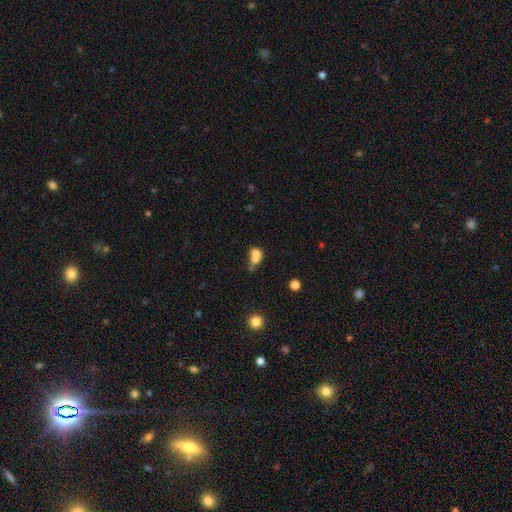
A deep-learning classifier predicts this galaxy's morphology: Overall: smooth (69%). How rounded: in between (55%; round 42%). Merging: merger (62%).